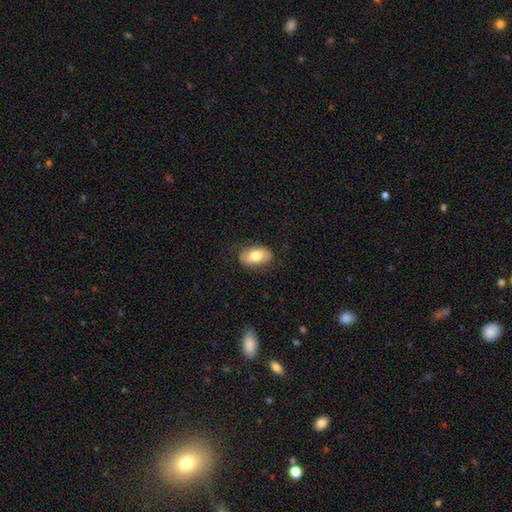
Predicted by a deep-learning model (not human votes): Smooth or featured? Predicted: smooth (p=0.75). How rounded? Predicted: in between (p=0.91). Merging? Predicted: none (p=0.79).